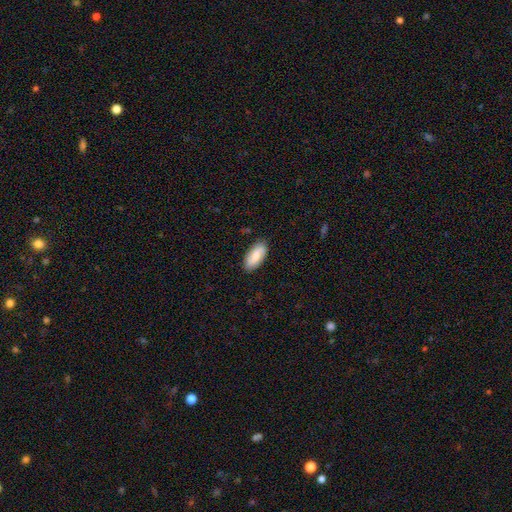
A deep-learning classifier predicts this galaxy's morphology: smooth-or-featured: smooth: 68% | featured or disk: 26% | star or artifact: 6%
  how-rounded: in between: 90% | cigar-shaped: 7% | round: 2%
  merging: none: 87% | minor disturbance: 10% | major disturbance: 2% | merger: 1%